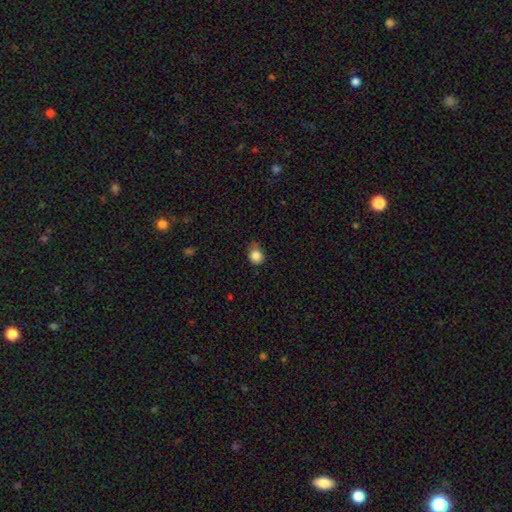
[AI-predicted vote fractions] Overall: smooth (85%). How rounded: round (61%; in between 38%). Merging: none (59%; minor disturbance 33%).